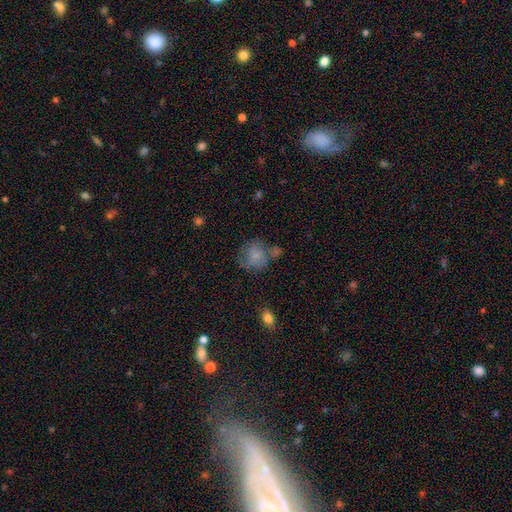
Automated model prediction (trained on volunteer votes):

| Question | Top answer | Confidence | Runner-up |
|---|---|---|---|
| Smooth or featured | smooth | 75% | featured or disk (16%) |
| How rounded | round | 74% | in between (25%) |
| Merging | none | 47% | minor disturbance (22%) |